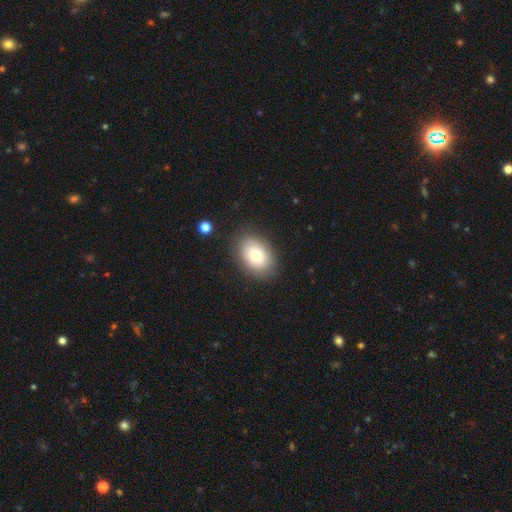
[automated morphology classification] Smooth or featured? Predicted: smooth (p=0.72). How rounded? Predicted: in between (p=0.82). Merging? Predicted: none (p=0.83).